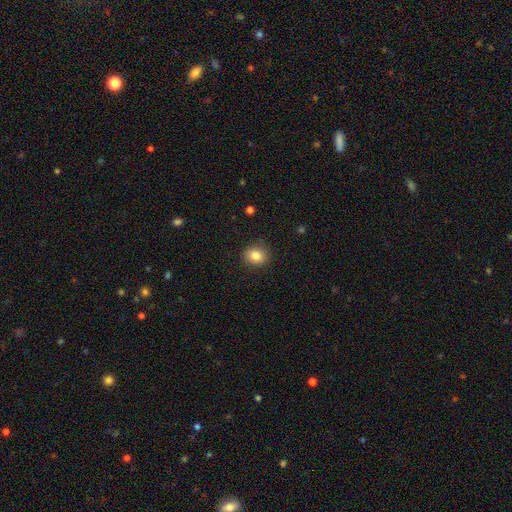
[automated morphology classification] This is clearly a smooth galaxy (84%). How rounded: likely round (67%). Merging: clearly none (86%).